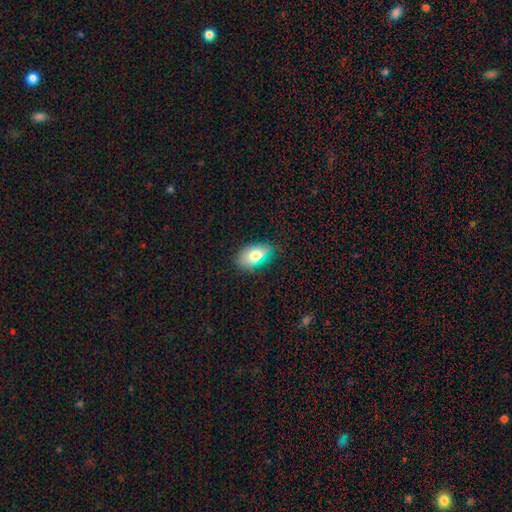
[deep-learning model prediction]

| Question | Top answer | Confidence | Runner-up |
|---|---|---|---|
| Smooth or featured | smooth | 76% | featured or disk (15%) |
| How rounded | in between | 88% | round (9%) |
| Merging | none | 67% | minor disturbance (25%) |